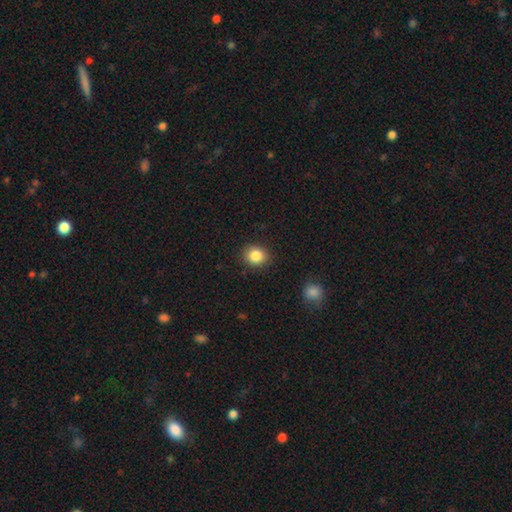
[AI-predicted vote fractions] A smooth galaxy with no disk features (85%) that is round (73%). Merging: none (89%).